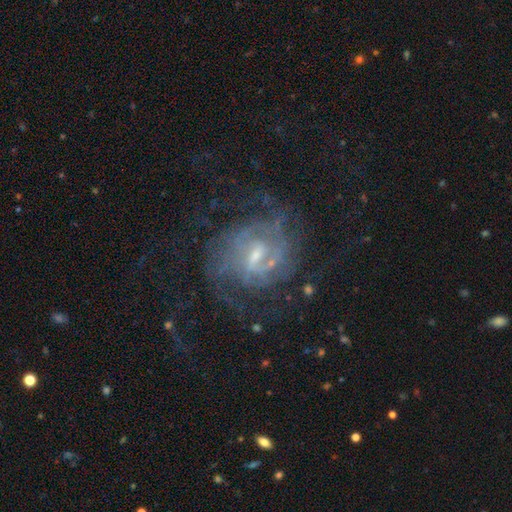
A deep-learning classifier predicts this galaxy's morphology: The model was most divided on "spiral winding": tight: 43%, medium: 41%, loose: 16%. Remaining: edge-on disk — no (97%); spiral arms — yes (89%); smooth or featured — featured or disk (82%); merging — none (61%); bar — weak (59%); bulge size — small (52%); spiral arm count — can't tell (39%).